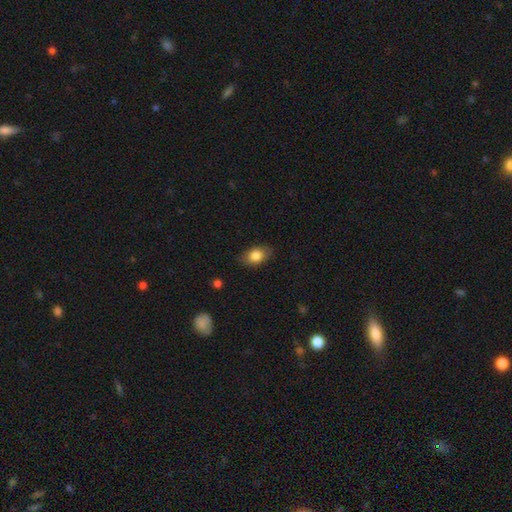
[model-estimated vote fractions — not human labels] smooth_or_featured: smooth (p=0.82) [alt: featured or disk p=0.10]
how_rounded: in between (p=0.78) [alt: round p=0.20]
merging: none (p=0.80) [alt: minor disturbance p=0.15]